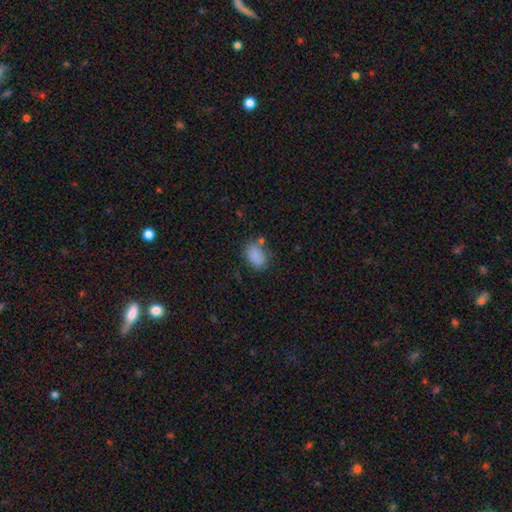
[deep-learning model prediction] smooth-or-featured: smooth: 85% | star or artifact: 10% | featured or disk: 6%
  how-rounded: in between: 82% | round: 16% | cigar-shaped: 1%
  merging: none: 68% | minor disturbance: 19% | merger: 7% | major disturbance: 6%